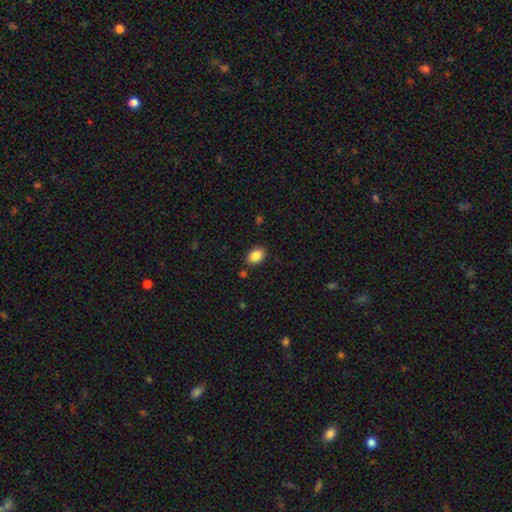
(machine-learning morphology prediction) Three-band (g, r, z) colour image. It shows a smooth galaxy with no disk features (87%) that is in between round and cigar-shaped (80%). Merging: none (86%).